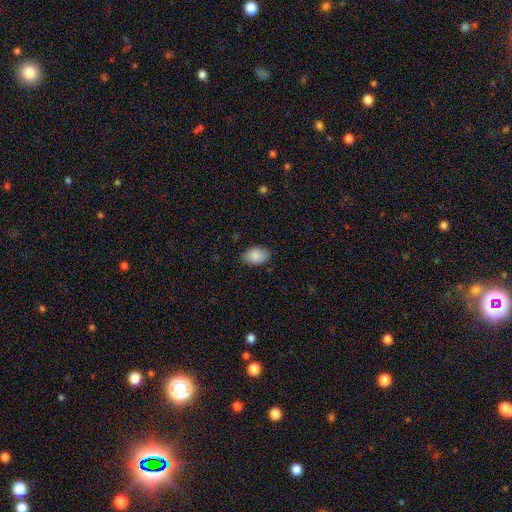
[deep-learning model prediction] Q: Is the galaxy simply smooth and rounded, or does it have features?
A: smooth — 87%.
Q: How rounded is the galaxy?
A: in between — 89%.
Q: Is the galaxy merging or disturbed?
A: none — 82%.